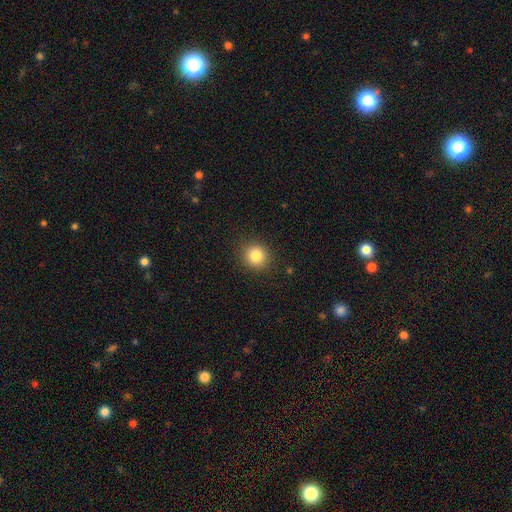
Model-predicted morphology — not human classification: The model was most divided on "smooth or featured": smooth: 83%, star or artifact: 11%, featured or disk: 6%. More confident: merging — none (90%); how rounded — round (89%).